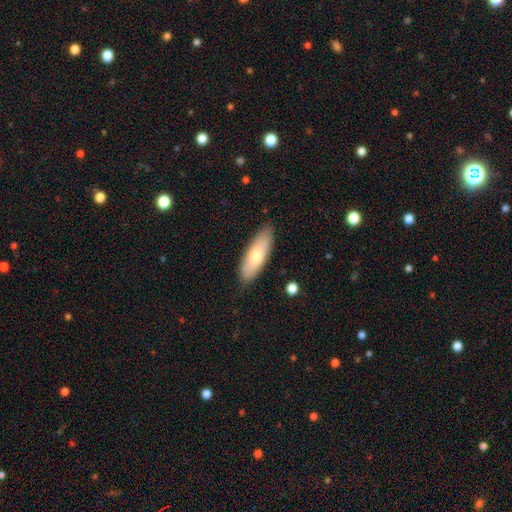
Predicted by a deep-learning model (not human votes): A smooth galaxy with no disk features (69%) that is in between round and cigar-shaped (59%).

Vote fractions:
- Smooth or featured? smooth: 69% / featured or disk: 25% / star or artifact: 6%
- How rounded? in between: 59% / cigar-shaped: 39% / round: 2%
- Merging? none: 86% / minor disturbance: 11% / major disturbance: 2% / merger: 1%